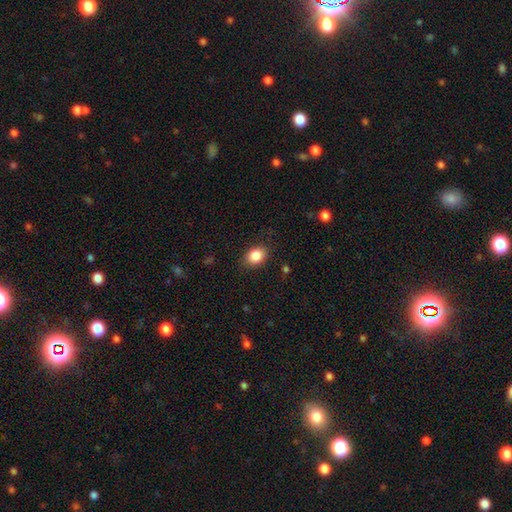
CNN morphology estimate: smooth 86%, star or artifact 9%, featured or disk 5%. Down the decision tree: how rounded — in between (61%); merging — none (83%).